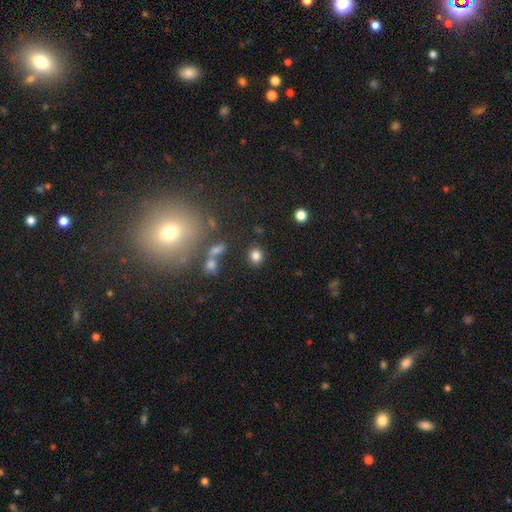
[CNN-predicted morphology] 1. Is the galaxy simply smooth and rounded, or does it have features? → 81% smooth, 12% star or artifact, 6% featured or disk.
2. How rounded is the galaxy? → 74% round, 24% in between, 1% cigar-shaped.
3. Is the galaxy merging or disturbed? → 82% none, 9% minor disturbance, 5% merger, 4% major disturbance.